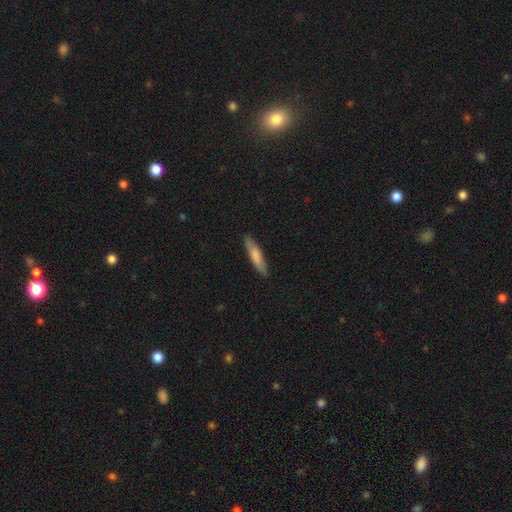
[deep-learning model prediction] smooth 76%, featured or disk 19%, star or artifact 5%. Down the decision tree: how rounded — cigar-shaped (81%); merging — none (87%).